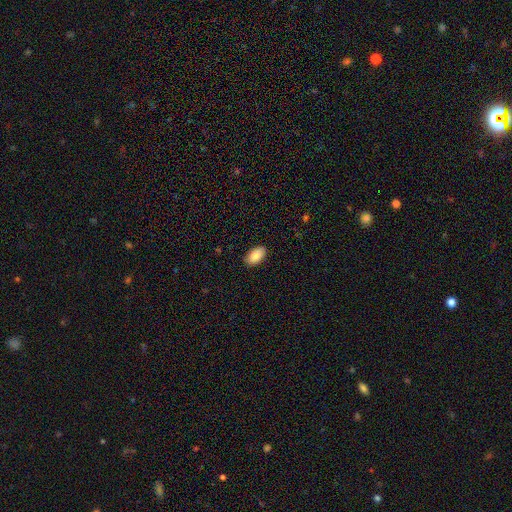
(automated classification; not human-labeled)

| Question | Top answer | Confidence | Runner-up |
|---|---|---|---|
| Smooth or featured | smooth | 87% | star or artifact (7%) |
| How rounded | in between | 95% | round (3%) |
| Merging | none | 88% | minor disturbance (9%) |